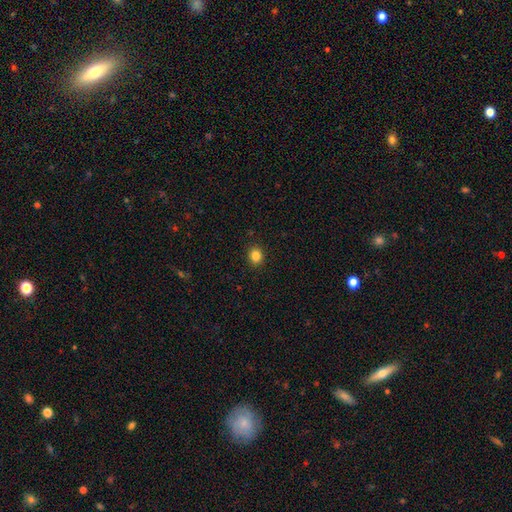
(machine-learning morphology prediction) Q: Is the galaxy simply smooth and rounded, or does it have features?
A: smooth — 84%.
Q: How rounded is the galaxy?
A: round — 70%.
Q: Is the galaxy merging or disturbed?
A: none — 91%.